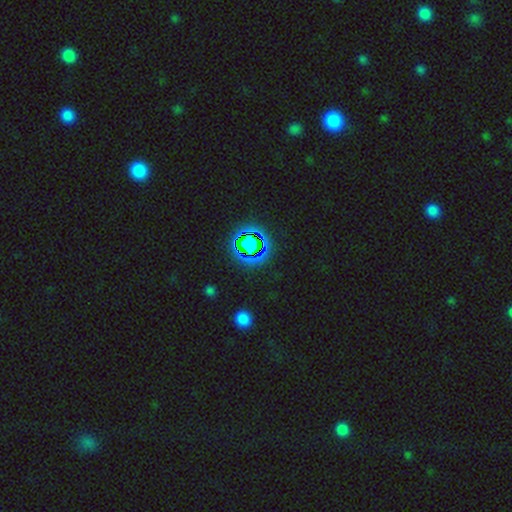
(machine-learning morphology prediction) Overall: star or artifact (55%; smooth 27%).